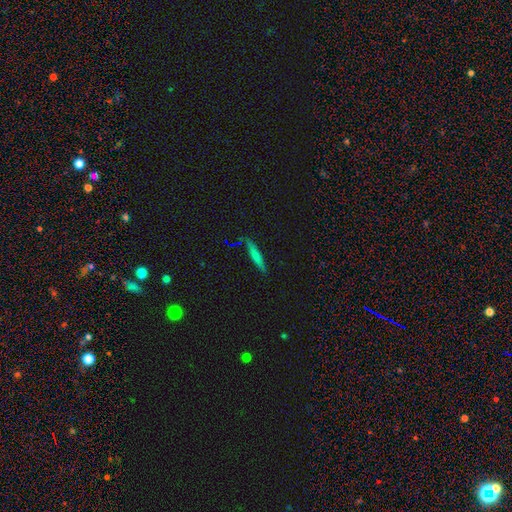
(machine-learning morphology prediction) Smooth or featured: smooth — 66% (featured or disk — 27%)
How rounded: cigar-shaped — 92% (in between — 6%)
Merging: none — 86% (minor disturbance — 10%)